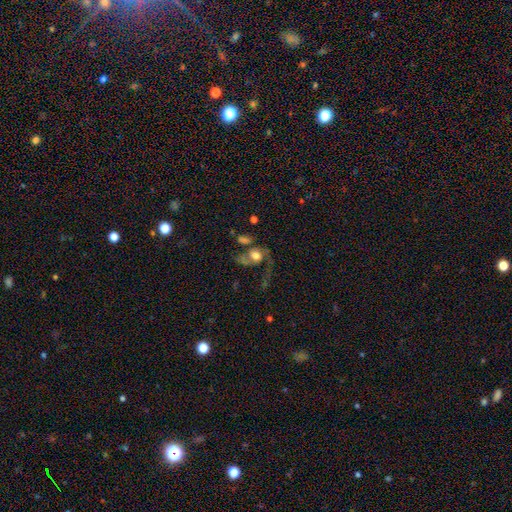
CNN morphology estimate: Smooth or featured: featured or disk — 52% (smooth — 37%)
Edge-on disk: no — 96% (yes — 4%)
Bar: no — 78% (weak — 18%)
Spiral arms: yes — 66% (no — 34%)
Bulge size: moderate — 43% (large — 39%)
Merging: major disturbance — 48% (merger — 20%)